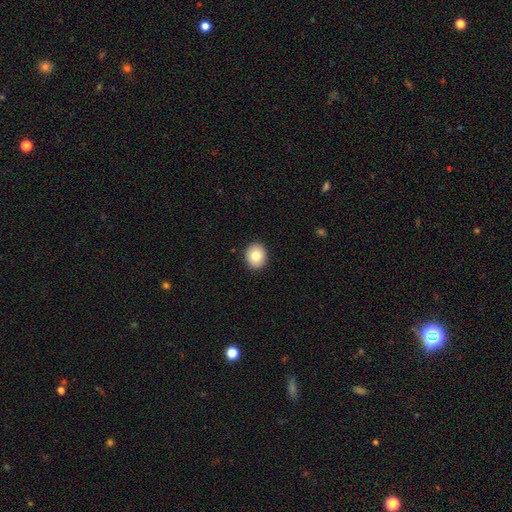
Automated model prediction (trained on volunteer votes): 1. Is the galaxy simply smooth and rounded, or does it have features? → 82% smooth, 10% featured or disk, 8% star or artifact.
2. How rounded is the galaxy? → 62% round, 38% in between, 1% cigar-shaped.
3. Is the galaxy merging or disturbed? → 91% none, 6% minor disturbance, 2% major disturbance, 1% merger.